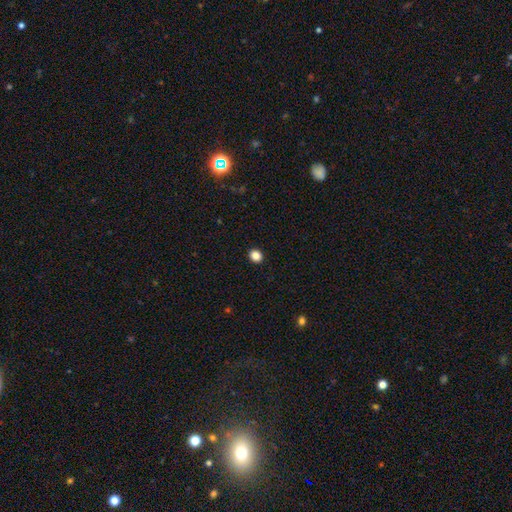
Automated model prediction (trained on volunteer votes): smooth-or-featured: smooth: 86% | star or artifact: 11% | featured or disk: 3%
  how-rounded: round: 73% | in between: 26% | cigar-shaped: 1%
  merging: none: 93% | minor disturbance: 5% | major disturbance: 2% | merger: 1%